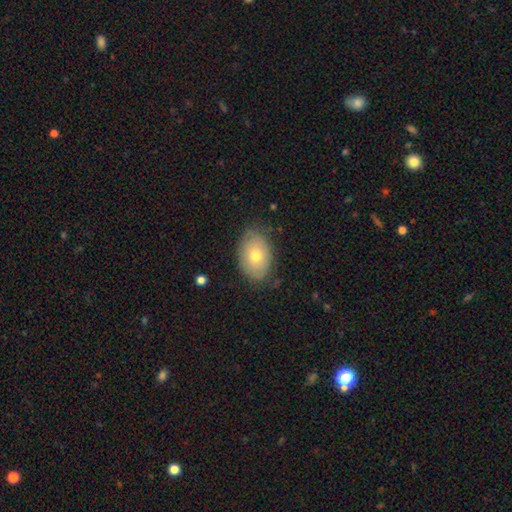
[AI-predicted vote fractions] smooth_or_featured: smooth (p=0.67) [alt: featured or disk p=0.25]
how_rounded: in between (p=0.85) [alt: round p=0.14]
merging: none (p=0.77) [alt: minor disturbance p=0.18]